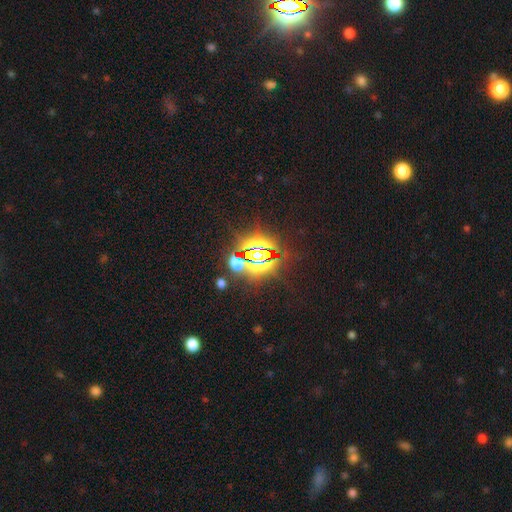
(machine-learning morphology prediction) Smooth or featured? star or artifact (79%)